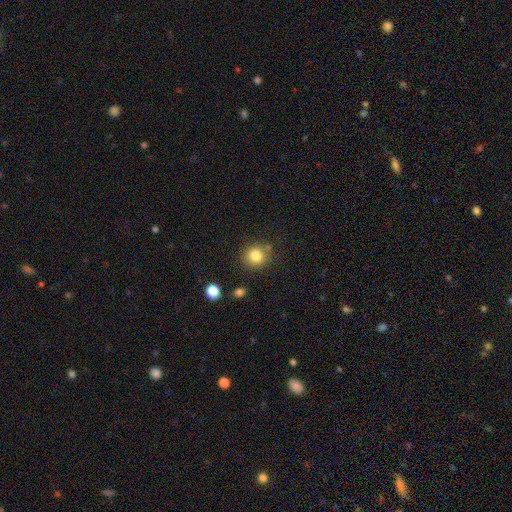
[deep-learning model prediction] smooth-or-featured: smooth: 83% | star or artifact: 11% | featured or disk: 6%
  how-rounded: round: 90% | in between: 9% | cigar-shaped: 1%
  merging: none: 82% | minor disturbance: 10% | merger: 6% | major disturbance: 3%